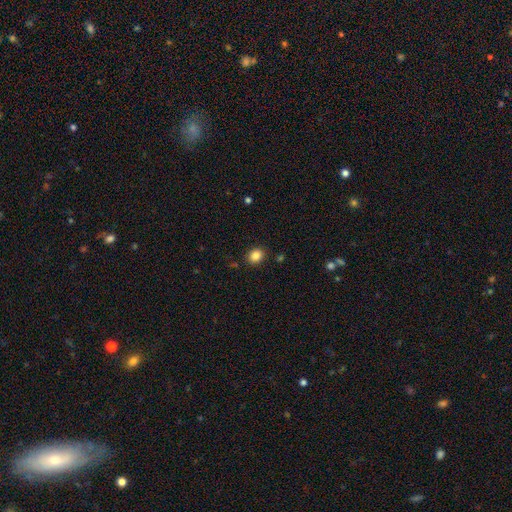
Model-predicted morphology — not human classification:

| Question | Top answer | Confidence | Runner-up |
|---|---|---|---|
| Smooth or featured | smooth | 85% | star or artifact (10%) |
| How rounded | round | 61% | in between (39%) |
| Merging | none | 89% | minor disturbance (7%) |